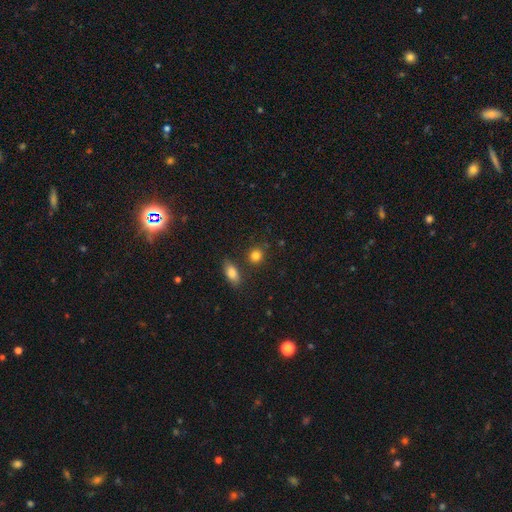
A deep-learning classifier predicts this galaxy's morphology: smooth-or-featured: smooth: 84% | star or artifact: 10% | featured or disk: 5%
  how-rounded: round: 76% | in between: 22% | cigar-shaped: 2%
  merging: none: 77% | minor disturbance: 11% | merger: 9% | major disturbance: 3%